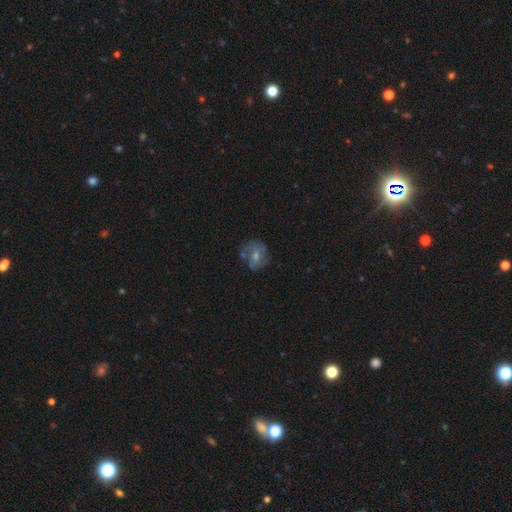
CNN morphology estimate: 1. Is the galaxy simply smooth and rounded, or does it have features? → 54% featured or disk, 32% smooth, 14% star or artifact.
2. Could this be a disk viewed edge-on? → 97% no, 3% yes.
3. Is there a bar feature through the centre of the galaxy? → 59% no, 33% weak, 8% strong.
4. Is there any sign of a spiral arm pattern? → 64% yes, 36% no.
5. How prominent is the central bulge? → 62% moderate, 30% small, 5% large, 3% none, 1% dominant.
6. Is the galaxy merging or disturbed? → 64% none, 21% minor disturbance, 11% major disturbance, 4% merger.